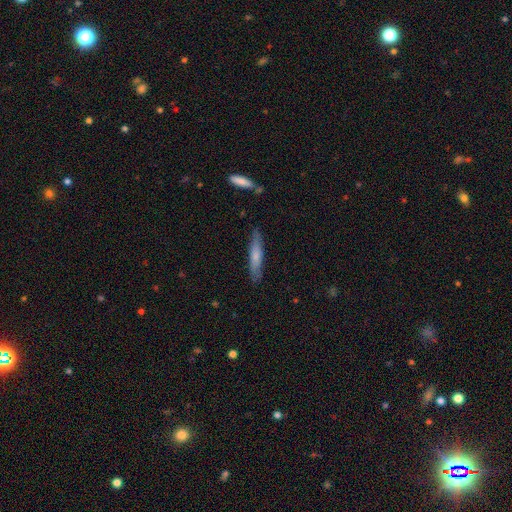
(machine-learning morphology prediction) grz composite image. It shows a smooth galaxy with no disk features (64%) that is cigar-shaped (86%). Merging: none (82%).